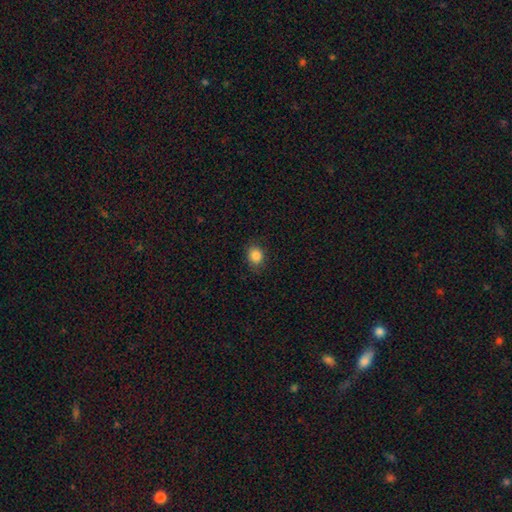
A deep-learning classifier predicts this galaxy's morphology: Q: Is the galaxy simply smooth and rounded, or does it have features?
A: smooth — 86%.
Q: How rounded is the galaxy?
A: round — 59%.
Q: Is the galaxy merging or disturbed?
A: none — 83%.